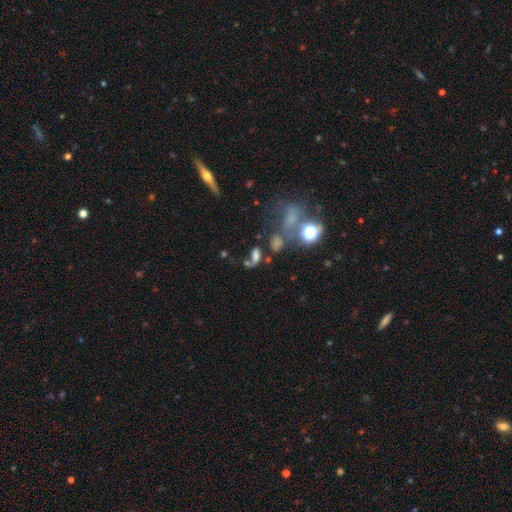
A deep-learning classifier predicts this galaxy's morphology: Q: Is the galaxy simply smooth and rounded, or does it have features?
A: smooth — 53%.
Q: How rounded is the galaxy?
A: in between — 75%.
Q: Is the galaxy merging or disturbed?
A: none — 39%.